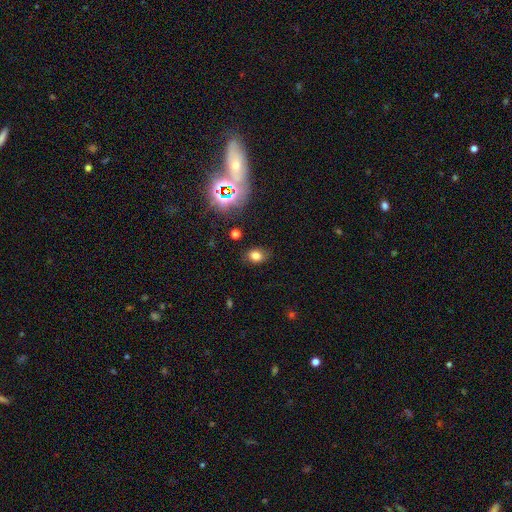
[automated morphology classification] smooth_or_featured: smooth (p=0.74) [alt: star or artifact p=0.18]
how_rounded: in between (p=0.61) [alt: round p=0.38]
merging: none (p=0.79) [alt: minor disturbance p=0.15]